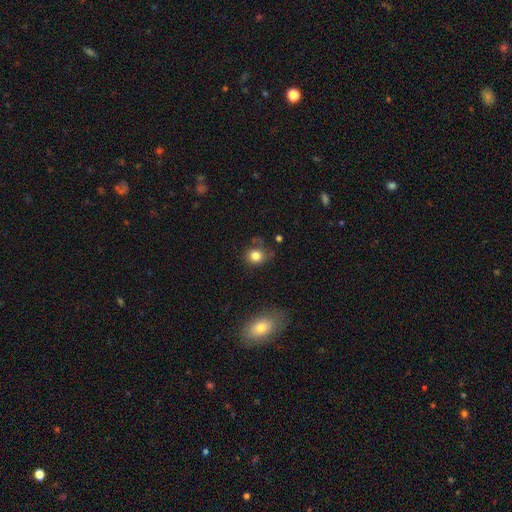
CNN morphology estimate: Smooth or featured?
  - smooth: 82% *
  - star or artifact: 10%
  - featured or disk: 7%
How rounded?
  - round: 76% *
  - in between: 23%
  - cigar-shaped: 1%
Merging?
  - none: 67% *
  - minor disturbance: 21%
  - major disturbance: 8%
  - merger: 4%